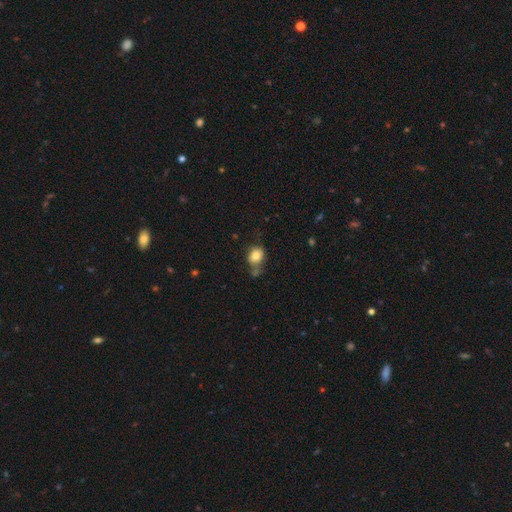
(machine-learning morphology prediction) The model was most divided on "how rounded": round: 51%, in between: 48%, cigar-shaped: 1%. More confident: smooth or featured — smooth (80%); merging — none (53%).